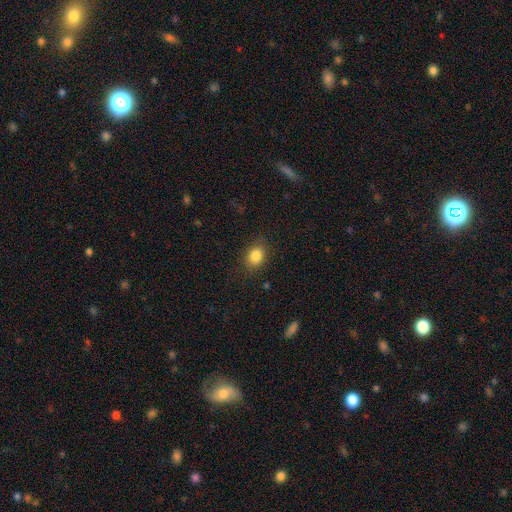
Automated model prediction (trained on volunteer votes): This is clearly a smooth galaxy (84%). How rounded: possibly in between (52%). Merging: clearly none (84%).